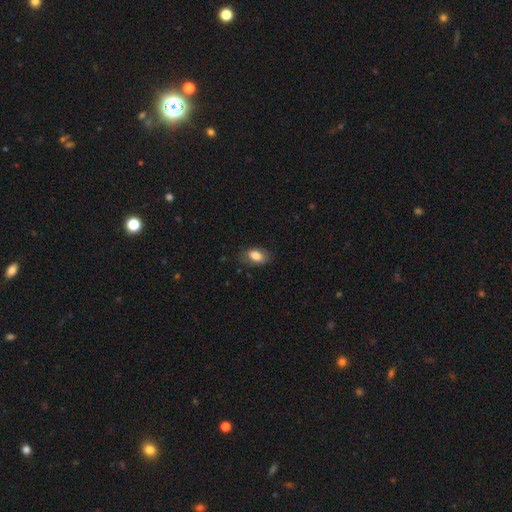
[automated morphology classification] smooth-or-featured: smooth: 82% | featured or disk: 10% | star or artifact: 8%
  how-rounded: in between: 88% | round: 9% | cigar-shaped: 2%
  merging: none: 74% | minor disturbance: 20% | major disturbance: 5% | merger: 1%